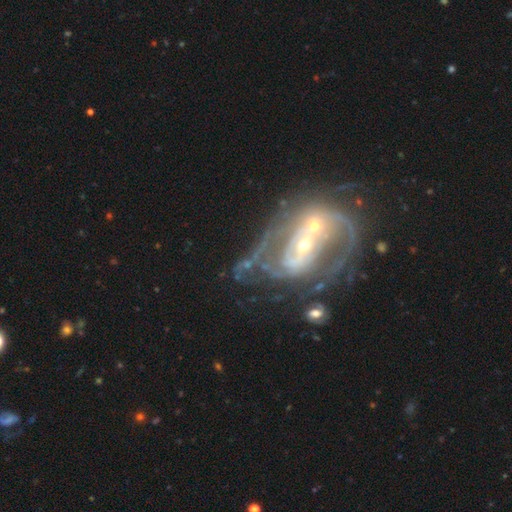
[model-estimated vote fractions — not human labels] This is clearly a featured or disk galaxy (83%). It is clearly not viewed edge-on (96%). Bar: possibly no (48%). Spiral arm pattern: likely yes (80%). Spiral arm count: possibly 2 (54%). Spiral winding: marginally medium (41%). Central bulge: possibly small (54%). Merging: likely merger (63%).